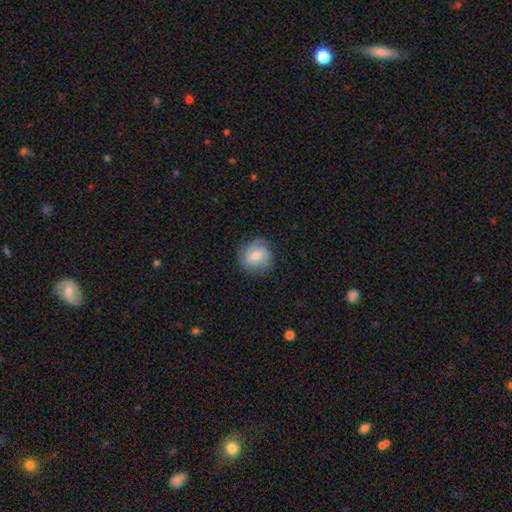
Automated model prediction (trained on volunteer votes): smooth-or-featured: featured or disk: 48% | smooth: 45% | star or artifact: 8%
  merging: none: 74% | minor disturbance: 18% | major disturbance: 7% | merger: 1%